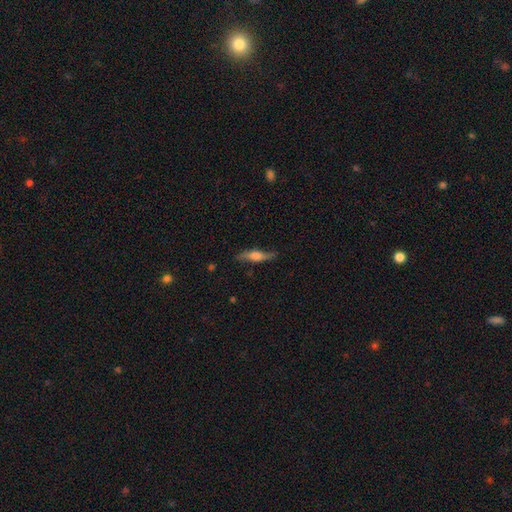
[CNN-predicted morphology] This is possibly a featured or disk galaxy (47%). Merging: likely none (77%).